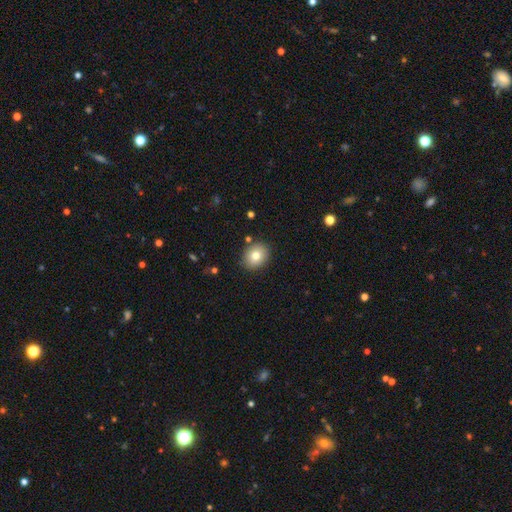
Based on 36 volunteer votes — Morphology: type=smooth (89%); roundness=round (69%); merging=none (86%).